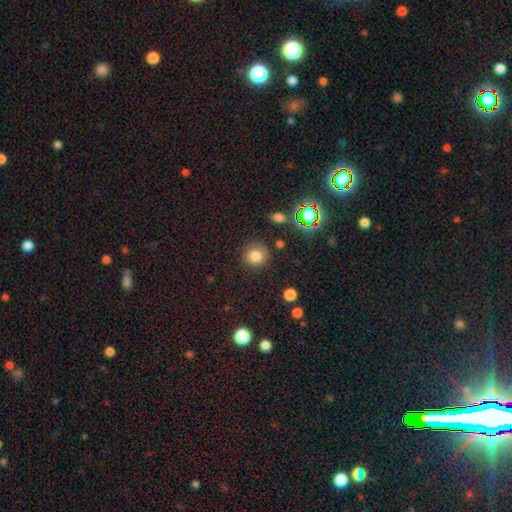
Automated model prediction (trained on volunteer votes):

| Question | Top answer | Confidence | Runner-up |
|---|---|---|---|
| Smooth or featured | smooth | 77% | star or artifact (16%) |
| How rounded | round | 91% | in between (8%) |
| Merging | none | 83% | minor disturbance (11%) |